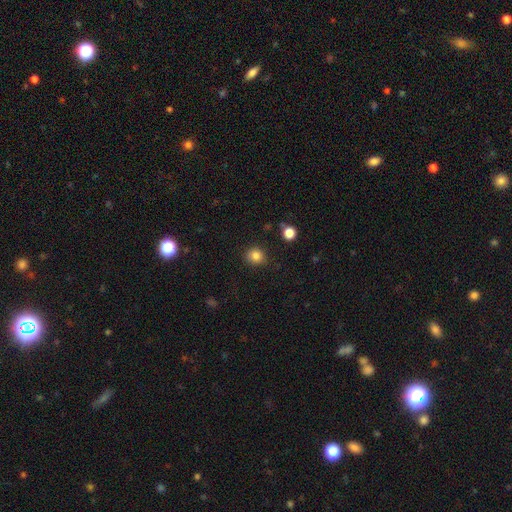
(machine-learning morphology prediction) The model was most divided on "smooth or featured": smooth: 83%, star or artifact: 12%, featured or disk: 5%. More confident: how rounded — round (86%); merging — none (86%).